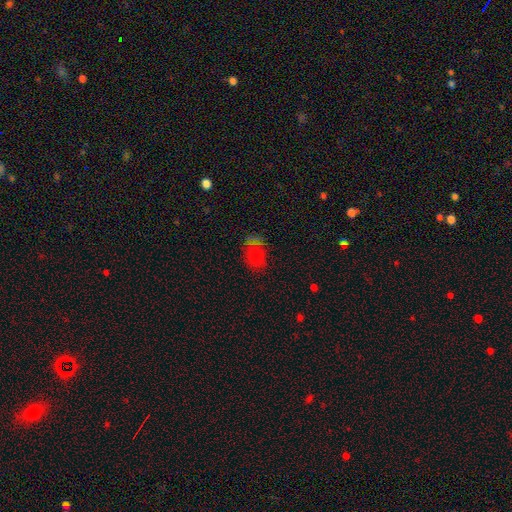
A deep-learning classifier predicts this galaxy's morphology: smooth_or_featured: smooth (p=0.67) [alt: star or artifact p=0.20]
how_rounded: in between (p=0.65) [alt: round p=0.34]
merging: none (p=0.69) [alt: minor disturbance p=0.19]